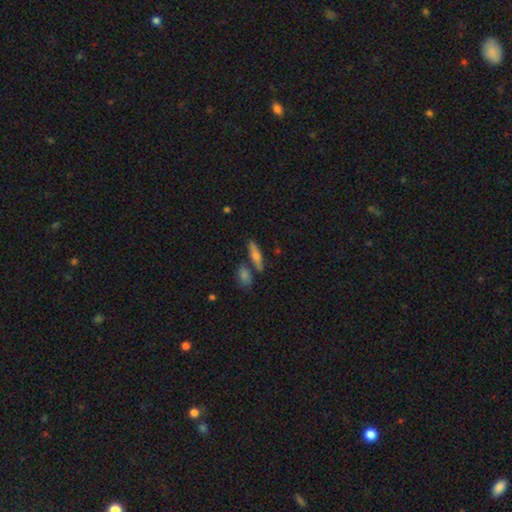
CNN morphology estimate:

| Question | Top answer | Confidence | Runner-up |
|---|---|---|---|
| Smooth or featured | smooth | 60% | featured or disk (32%) |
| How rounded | cigar-shaped | 66% | in between (30%) |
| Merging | none | 69% | merger (16%) |